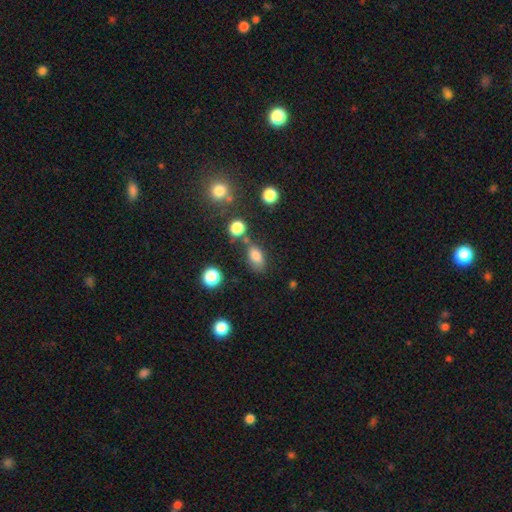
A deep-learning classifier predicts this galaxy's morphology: Smooth or featured? Predicted: smooth (p=0.80). How rounded? Predicted: in between (p=0.85). Merging? Predicted: none (p=0.64).